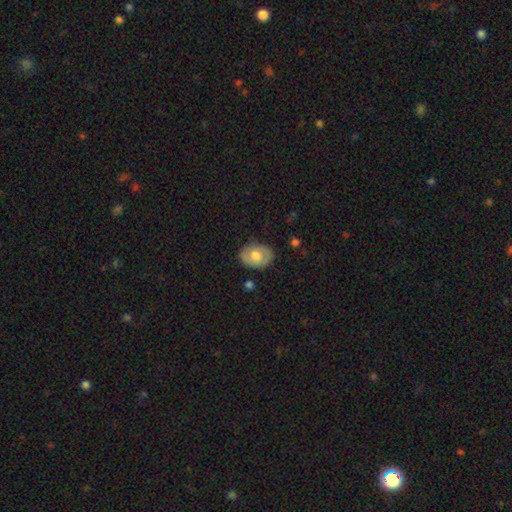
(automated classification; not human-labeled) Morphology: type=smooth (56%); roundness=in between (71%); merging=none (79%).